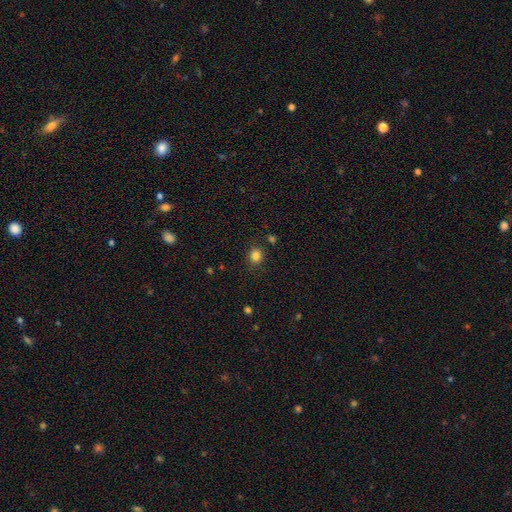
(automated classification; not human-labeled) smooth-or-featured: smooth: 83% | star or artifact: 12% | featured or disk: 5%
  how-rounded: round: 80% | in between: 19% | cigar-shaped: 1%
  merging: none: 87% | minor disturbance: 8% | major disturbance: 3% | merger: 3%